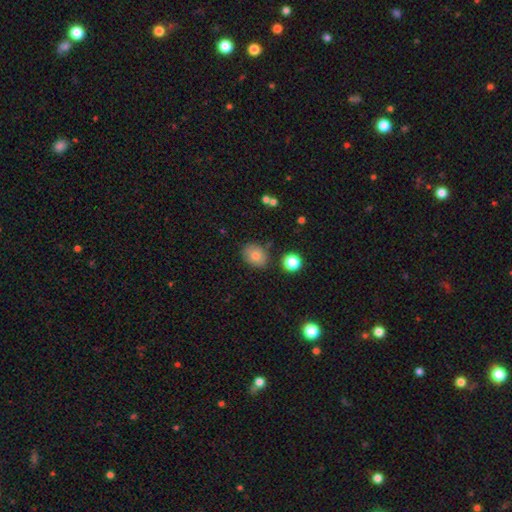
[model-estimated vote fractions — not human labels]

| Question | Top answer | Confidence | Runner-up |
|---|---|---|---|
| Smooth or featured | smooth | 78% | featured or disk (11%) |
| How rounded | in between | 52% | round (47%) |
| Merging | none | 82% | minor disturbance (12%) |